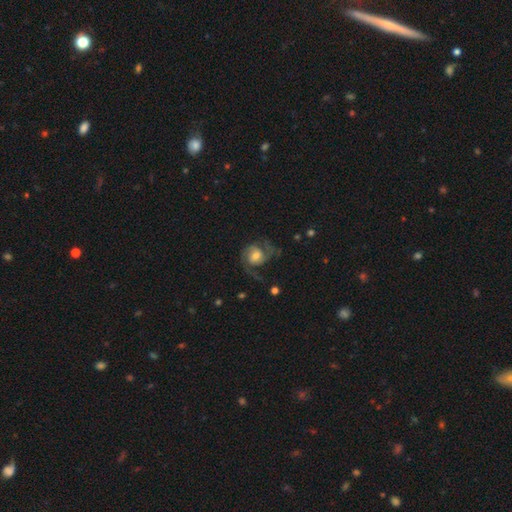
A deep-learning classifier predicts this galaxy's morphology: A featured or disk galaxy (70%) with no bar (59%), 2 (69%) medium (46%) spiral arms (91%) and a moderate central bulge (51%).

Vote fractions:
- Smooth or featured? featured or disk: 70% / smooth: 23% / star or artifact: 7%
- Edge-on disk? no: 98% / yes: 2%
- Bar? no: 59% / weak: 34% / strong: 7%
- Spiral arms? yes: 91% / no: 9%
- Spiral winding? medium: 46% / loose: 35% / tight: 20%
- Spiral arm count? 2: 69% / 1: 12% / can't tell: 9% / 3: 7% / 4: 2% / more than 4: 2%
- Bulge size? moderate: 51% / small: 22% / large: 19% / none: 5% / dominant: 3%
- Merging? none: 49% / major disturbance: 30% / minor disturbance: 19% / merger: 2%